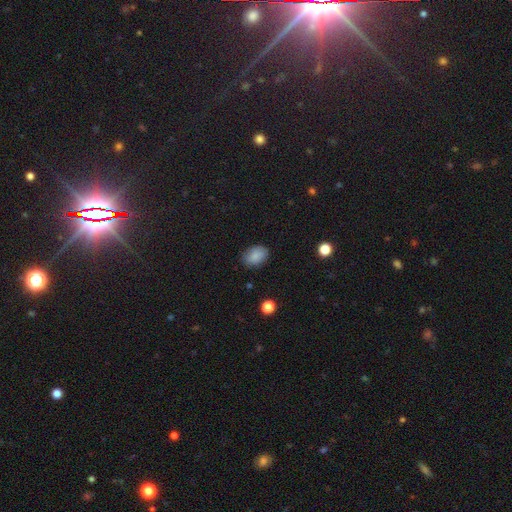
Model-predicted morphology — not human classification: Q: Smooth or featured?
A: smooth (86%); runner-up: star or artifact (9%)
Q: How rounded?
A: in between (80%); runner-up: round (19%)
Q: Merging?
A: none (81%); runner-up: minor disturbance (14%)